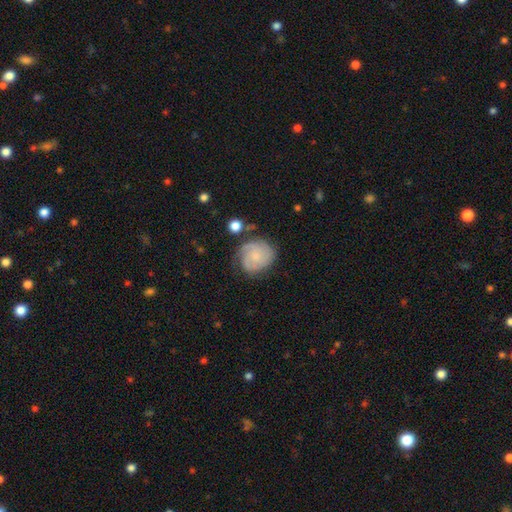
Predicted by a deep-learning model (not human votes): Overall: featured or disk (57%; smooth 35%). Edge-on disk: no (98%). Bar: no (76%). Spiral arms: yes (88%). Bulge size: small (53%; moderate 24%). Merging: none (64%).